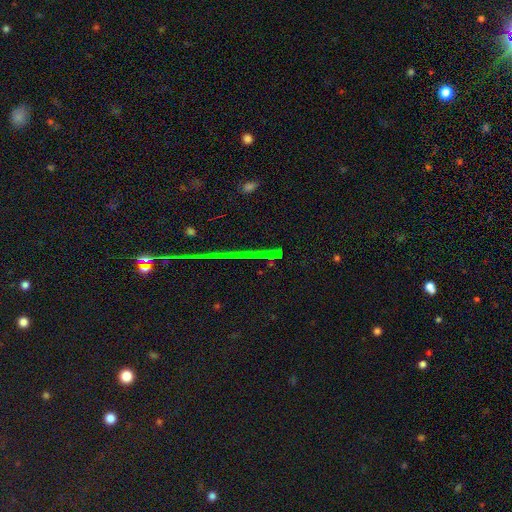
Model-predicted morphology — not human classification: Smooth or featured: star or artifact — 76% (smooth — 12%)